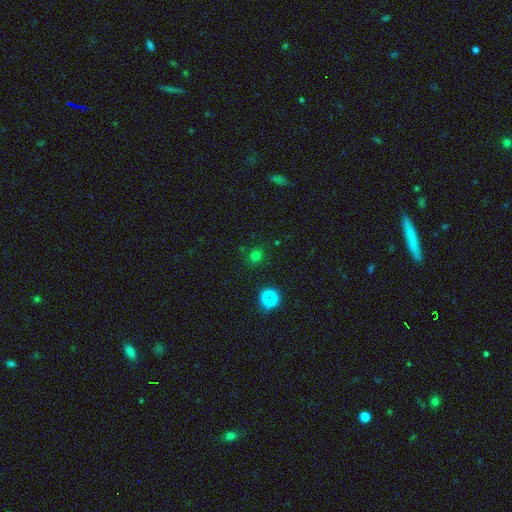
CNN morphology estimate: Q: Smooth or featured?
A: smooth (70%); runner-up: star or artifact (25%)
Q: How rounded?
A: round (84%); runner-up: in between (15%)
Q: Merging?
A: none (86%); runner-up: minor disturbance (9%)